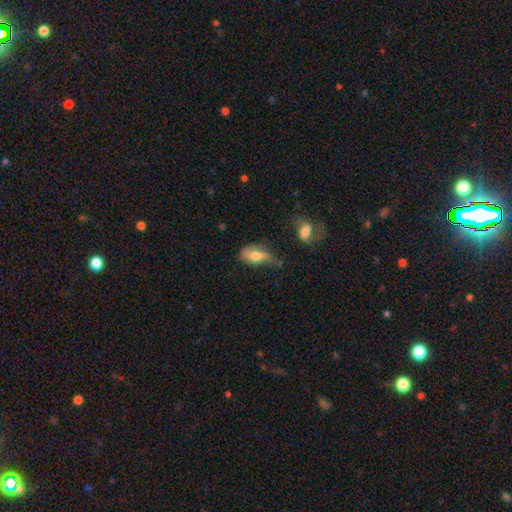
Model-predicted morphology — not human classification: A smooth galaxy with no disk features (69%) that is in between round and cigar-shaped (88%).

Vote fractions:
- Smooth or featured? smooth: 69% / featured or disk: 23% / star or artifact: 8%
- How rounded? in between: 88% / round: 6% / cigar-shaped: 6%
- Merging? minor disturbance: 38% / none: 35% / major disturbance: 21% / merger: 7%